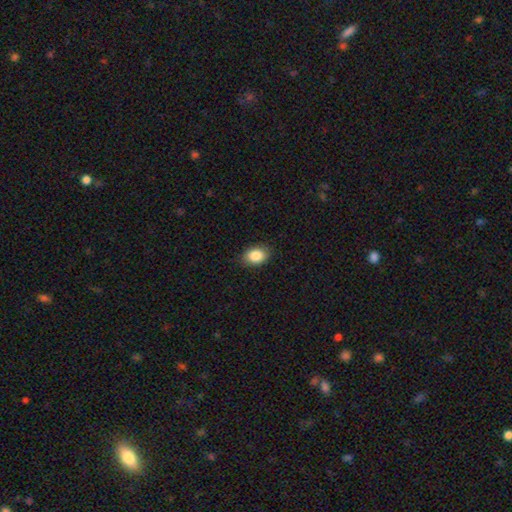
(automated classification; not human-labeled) smooth 87%, star or artifact 8%, featured or disk 5%. Down the decision tree: how rounded — in between (78%); merging — none (86%).